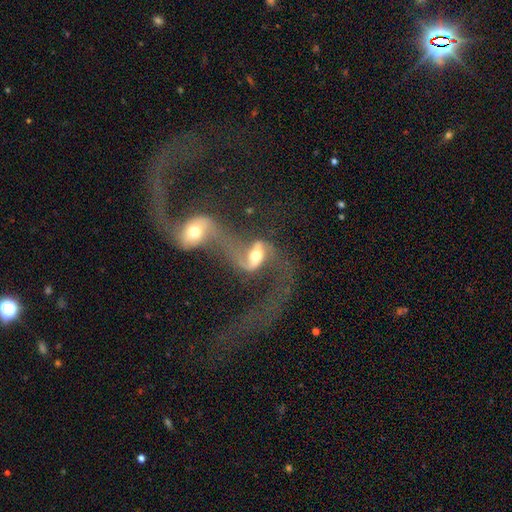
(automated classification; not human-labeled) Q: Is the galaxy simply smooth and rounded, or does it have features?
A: featured or disk — 74%.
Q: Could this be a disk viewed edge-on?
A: no — 89%.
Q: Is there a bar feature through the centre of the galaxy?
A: weak — 36%.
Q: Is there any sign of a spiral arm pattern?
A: yes — 82%.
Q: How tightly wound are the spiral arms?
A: loose — 79%.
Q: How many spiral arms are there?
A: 2 — 82%.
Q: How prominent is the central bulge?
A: moderate — 66%.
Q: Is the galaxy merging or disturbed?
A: merger — 72%.